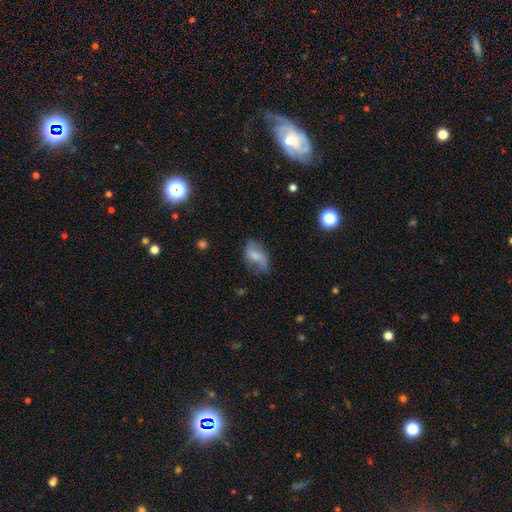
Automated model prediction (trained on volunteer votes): smooth-or-featured: smooth: 56% | featured or disk: 35% | star or artifact: 9%
  how-rounded: in between: 88% | round: 8% | cigar-shaped: 4%
  merging: none: 51% | minor disturbance: 31% | major disturbance: 16% | merger: 3%